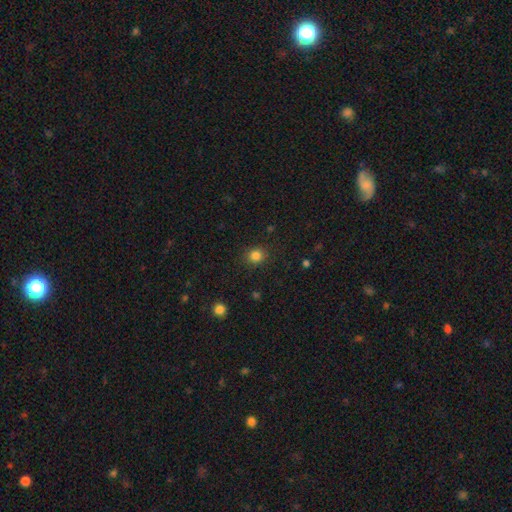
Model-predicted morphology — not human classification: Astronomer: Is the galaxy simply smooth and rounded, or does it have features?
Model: smooth — 84%.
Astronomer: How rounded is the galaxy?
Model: round — 85%.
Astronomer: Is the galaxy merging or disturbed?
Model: none — 88%.